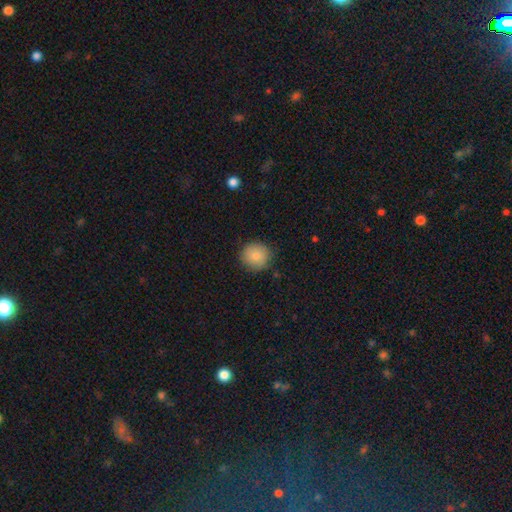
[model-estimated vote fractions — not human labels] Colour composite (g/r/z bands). It shows a smooth galaxy with no disk features (84%) that is round (92%). Merging: none (87%).